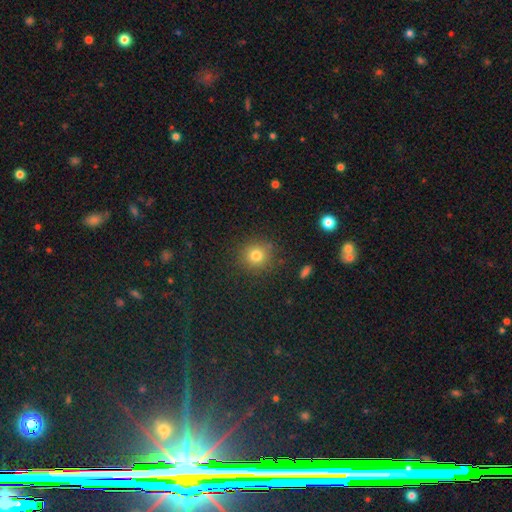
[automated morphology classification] smooth-or-featured: smooth: 78% | star or artifact: 15% | featured or disk: 7%
  how-rounded: round: 91% | in between: 8% | cigar-shaped: 1%
  merging: none: 86% | minor disturbance: 9% | major disturbance: 3% | merger: 2%